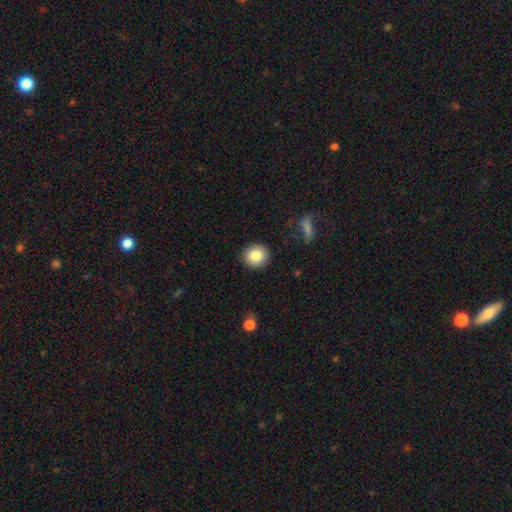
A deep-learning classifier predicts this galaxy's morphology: Smooth or featured?
  - smooth: 84% *
  - star or artifact: 9%
  - featured or disk: 7%
How rounded?
  - round: 89% *
  - in between: 10%
  - cigar-shaped: 1%
Merging?
  - none: 90% *
  - minor disturbance: 6%
  - major disturbance: 2%
  - merger: 1%